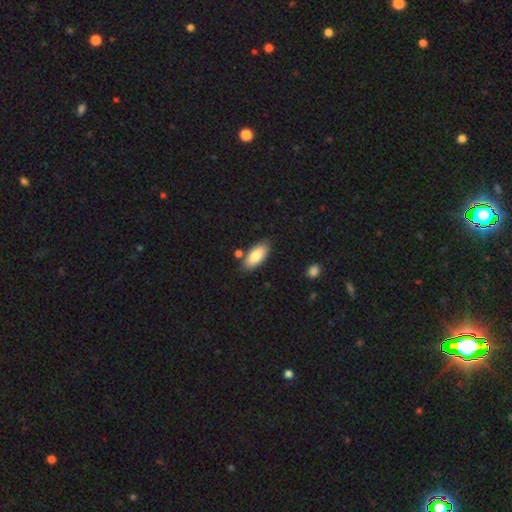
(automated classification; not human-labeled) Smooth or featured? Predicted: smooth (p=0.83). How rounded? Predicted: in between (p=0.85). Merging? Predicted: none (p=0.80).